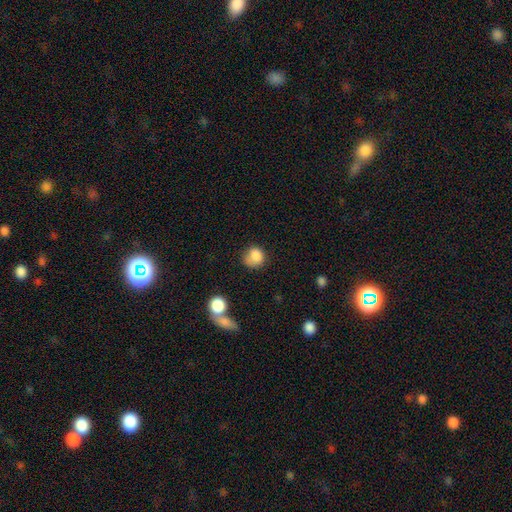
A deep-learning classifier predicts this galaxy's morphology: A smooth galaxy with no disk features (84%) that is round (76%). Merging: none (53%).